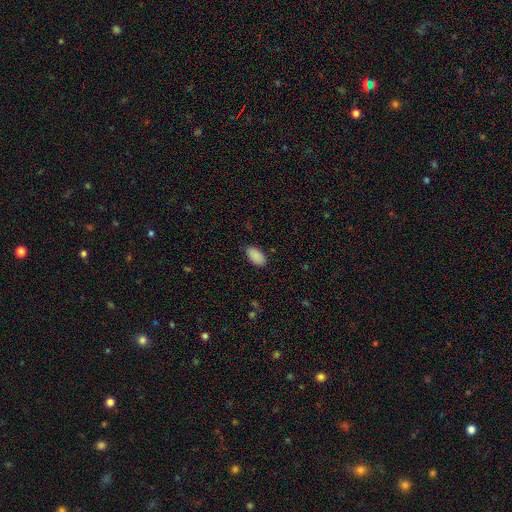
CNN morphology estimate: type=smooth (90%); roundness=in between (94%); merging=none (82%).